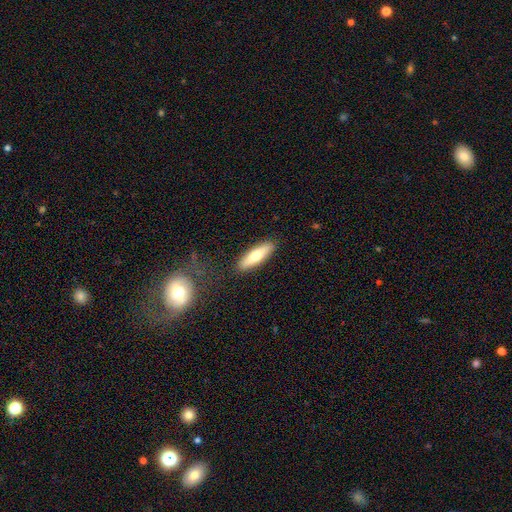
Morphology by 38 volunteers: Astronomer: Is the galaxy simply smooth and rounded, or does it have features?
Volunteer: smooth — 63%.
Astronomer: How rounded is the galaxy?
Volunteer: cigar-shaped — 79%.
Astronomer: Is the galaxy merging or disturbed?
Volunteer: none — 78%.